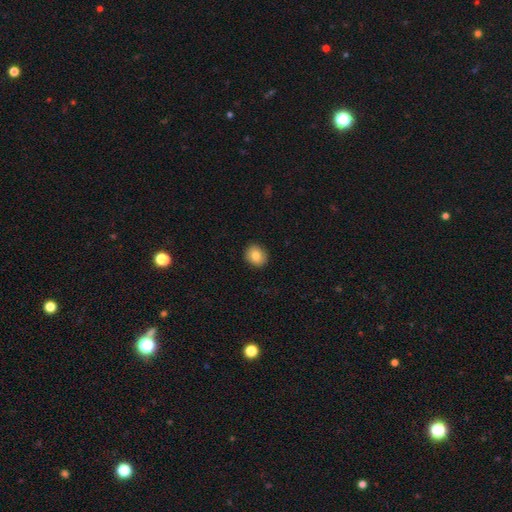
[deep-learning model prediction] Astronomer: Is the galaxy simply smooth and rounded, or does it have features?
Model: smooth — 83%.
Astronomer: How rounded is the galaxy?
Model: round — 77%.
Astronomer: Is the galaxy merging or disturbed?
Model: none — 91%.